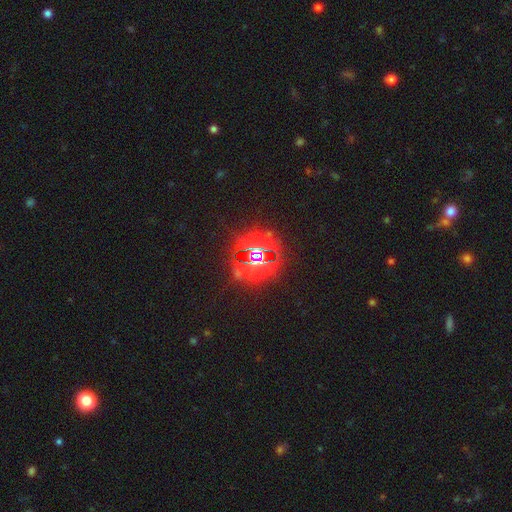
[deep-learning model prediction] A star or artifact, not a galaxy (80%).